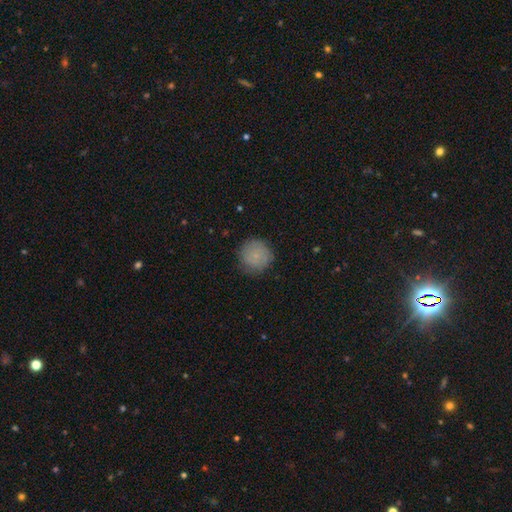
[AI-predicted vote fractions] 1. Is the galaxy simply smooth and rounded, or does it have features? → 71% smooth, 21% featured or disk, 8% star or artifact.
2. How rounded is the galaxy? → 92% round, 7% in between, 1% cigar-shaped.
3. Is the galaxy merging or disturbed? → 76% none, 18% minor disturbance, 5% major disturbance, 1% merger.